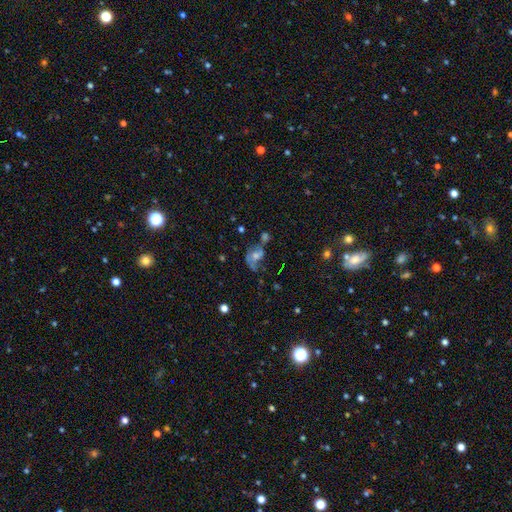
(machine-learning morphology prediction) A featured or disk galaxy (49%).

Vote fractions:
- Smooth or featured? featured or disk: 49% / smooth: 32% / star or artifact: 20%
- Merging? none: 31% / major disturbance: 27% / merger: 22% / minor disturbance: 20%